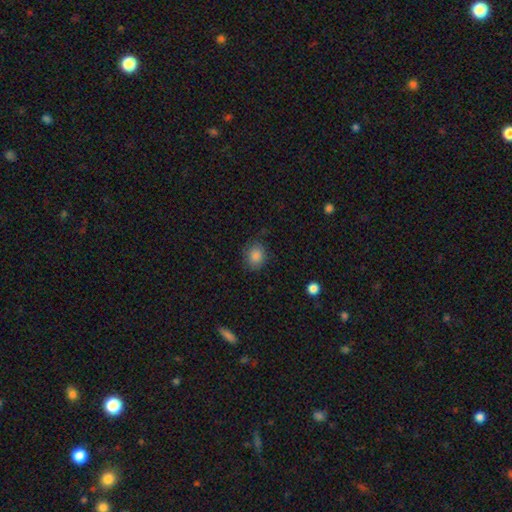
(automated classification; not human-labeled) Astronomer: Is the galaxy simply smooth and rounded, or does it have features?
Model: smooth — 85%.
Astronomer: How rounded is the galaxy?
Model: round — 67%.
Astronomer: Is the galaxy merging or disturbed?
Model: none — 80%.